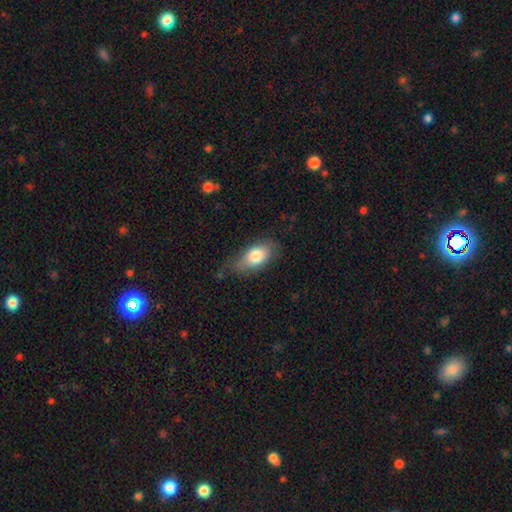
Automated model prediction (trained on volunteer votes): A smooth galaxy with no disk features (79%) that is in between round and cigar-shaped (86%). Merging: none (56%).